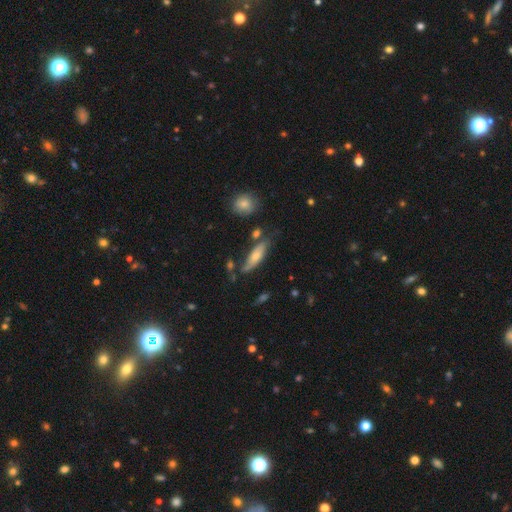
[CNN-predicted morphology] smooth_or_featured: smooth (p=0.65) [alt: featured or disk p=0.28]
how_rounded: cigar-shaped (p=0.51) [alt: in between p=0.47]
merging: none (p=0.60) [alt: minor disturbance p=0.23]